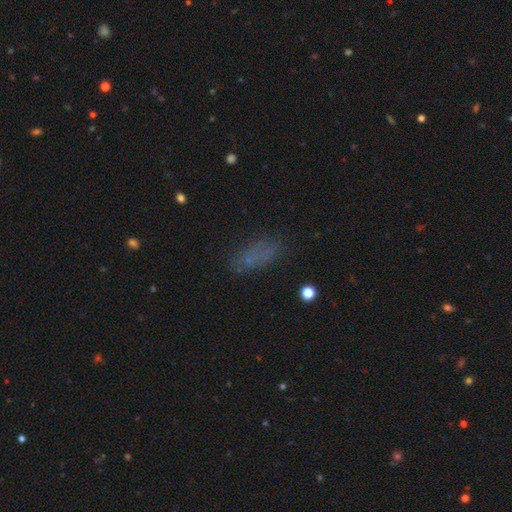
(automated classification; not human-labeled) Smooth or featured: smooth — 67% (star or artifact — 19%)
How rounded: in between — 77% (cigar-shaped — 18%)
Merging: none — 75% (minor disturbance — 16%)